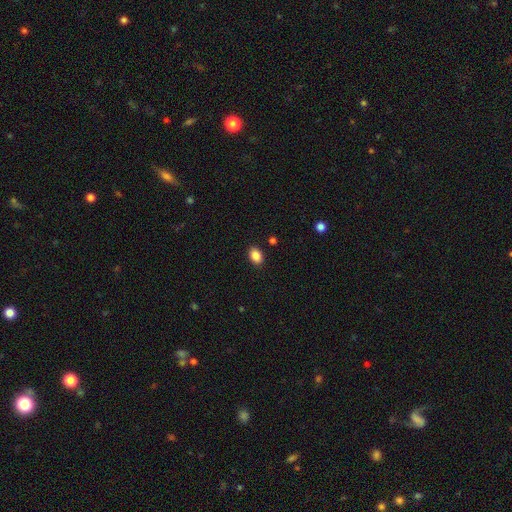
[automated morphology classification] A smooth galaxy with no disk features (87%) that is in between round and cigar-shaped (78%). Merging: none (89%).